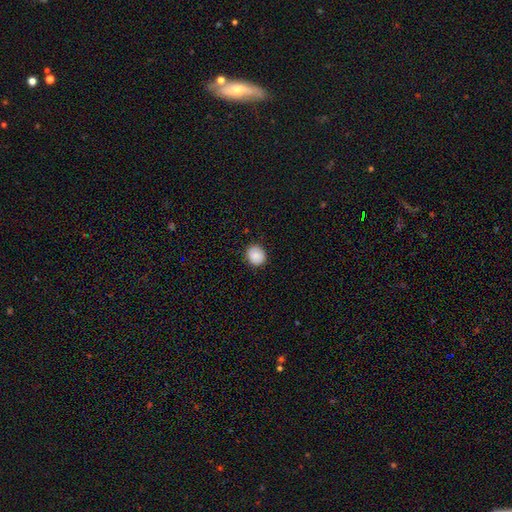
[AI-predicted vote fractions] A smooth galaxy with no disk features (86%) that is round (76%). Merging: none (88%).